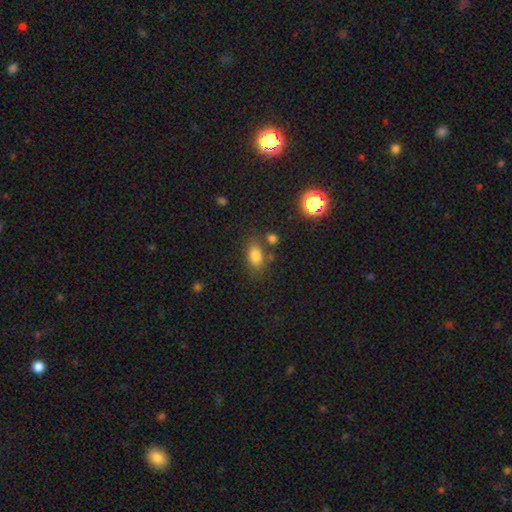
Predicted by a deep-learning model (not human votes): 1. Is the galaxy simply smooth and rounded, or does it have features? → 81% smooth, 12% star or artifact, 8% featured or disk.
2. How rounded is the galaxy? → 83% in between, 14% round, 3% cigar-shaped.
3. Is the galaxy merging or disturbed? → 69% none, 15% minor disturbance, 9% merger, 6% major disturbance.